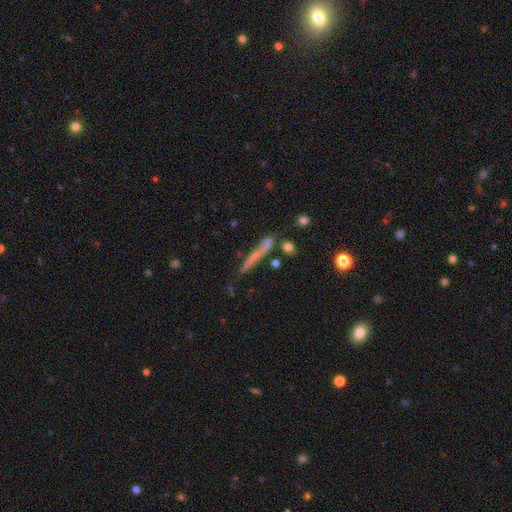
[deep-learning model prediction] smooth_or_featured: smooth (p=0.49) [alt: featured or disk p=0.41]
merging: none (p=0.69) [alt: minor disturbance p=0.17]